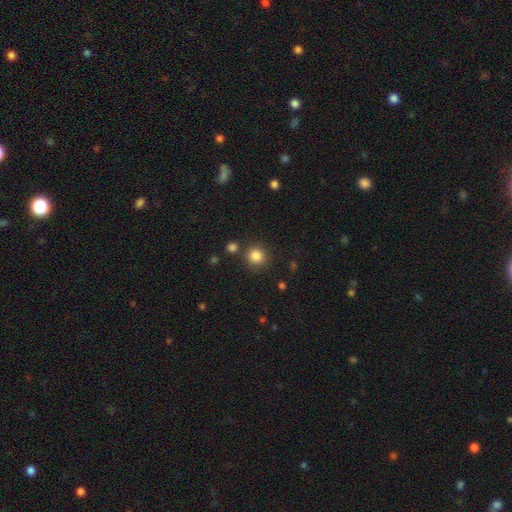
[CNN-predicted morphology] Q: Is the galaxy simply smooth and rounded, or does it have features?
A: smooth — 84%.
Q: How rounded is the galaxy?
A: round — 89%.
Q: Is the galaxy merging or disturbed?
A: none — 83%.